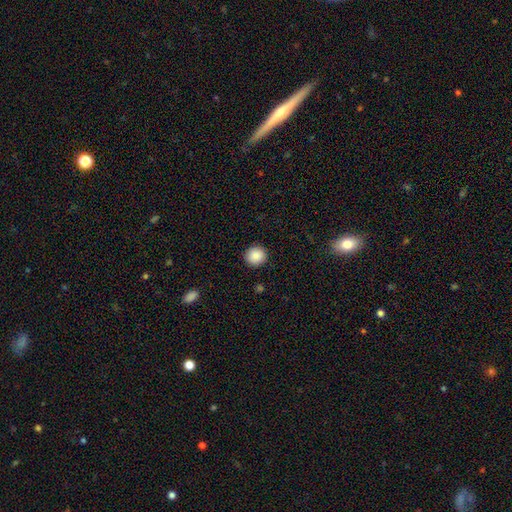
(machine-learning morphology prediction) smooth_or_featured: smooth (p=0.88) [alt: star or artifact p=0.08]
how_rounded: round (p=0.91) [alt: in between p=0.08]
merging: none (p=0.91) [alt: minor disturbance p=0.06]